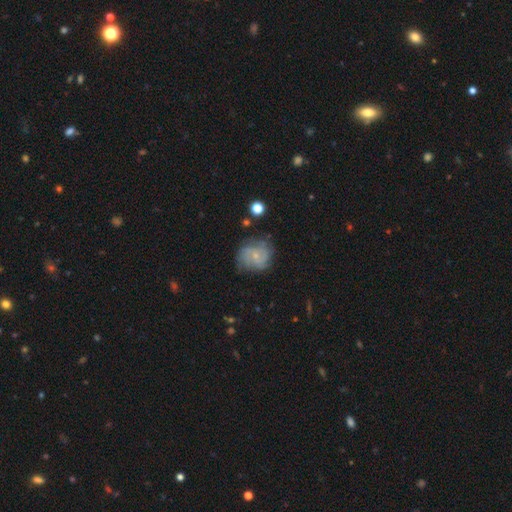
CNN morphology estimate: The model was most divided on "spiral arm count": can't tell: 34%, 2: 26%, 3: 21%, 4: 8%, 1: 5%, more than 4: 5%. Remaining: edge-on disk — no (98%); spiral arms — yes (89%); bulge size — small (75%); bar — no (70%); smooth or featured — featured or disk (70%); merging — none (67%); spiral winding — tight (49%).